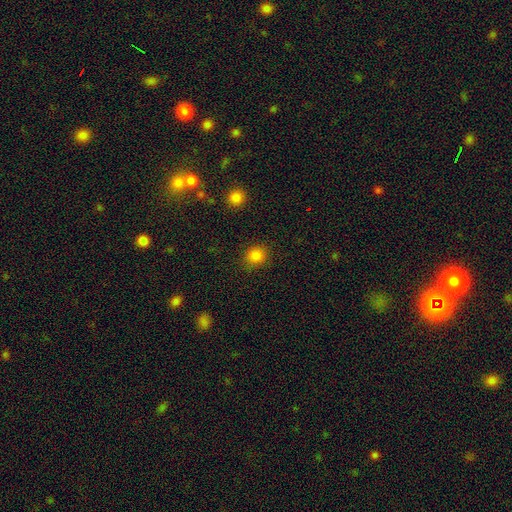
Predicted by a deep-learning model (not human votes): smooth 84%, star or artifact 12%, featured or disk 4%. Down the decision tree: how rounded — round (80%); merging — none (87%).